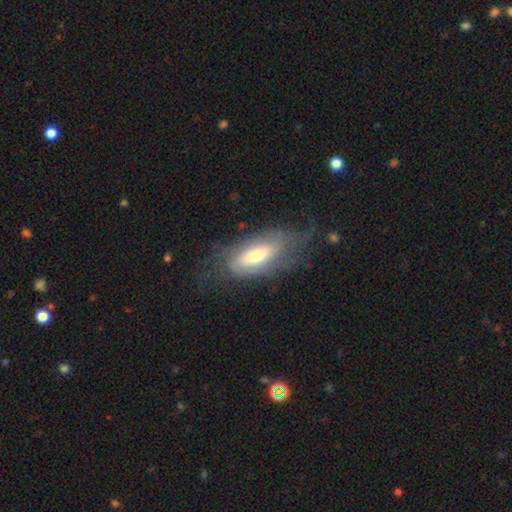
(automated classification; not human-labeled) smooth-or-featured: smooth: 47% | featured or disk: 46% | star or artifact: 7%
  merging: none: 44% | major disturbance: 29% | minor disturbance: 24% | merger: 2%